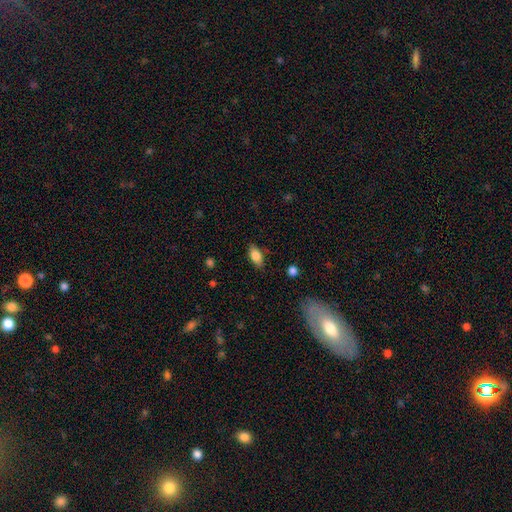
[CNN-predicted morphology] Smooth or featured: smooth — 82% (featured or disk — 10%)
How rounded: in between — 88% (cigar-shaped — 7%)
Merging: none — 83% (minor disturbance — 13%)